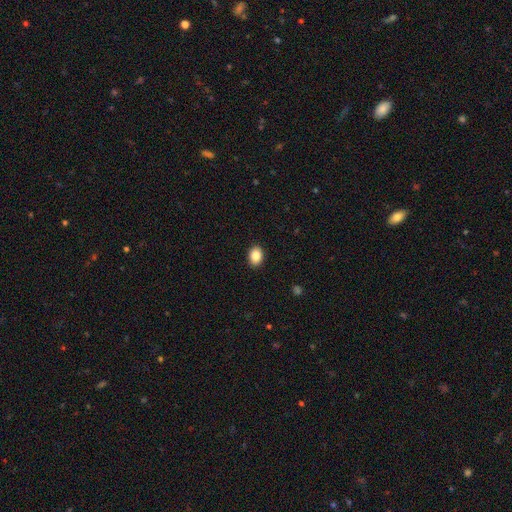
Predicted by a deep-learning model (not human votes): This appears to be a smooth galaxy with no disk features (87%) that is in between round and cigar-shaped (69%). Merging: none (91%).